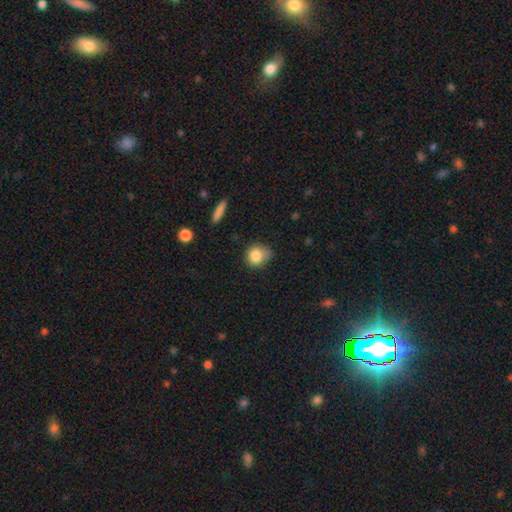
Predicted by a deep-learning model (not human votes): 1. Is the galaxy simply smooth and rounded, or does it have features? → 83% smooth, 9% star or artifact, 8% featured or disk.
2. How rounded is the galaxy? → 75% round, 24% in between, 1% cigar-shaped.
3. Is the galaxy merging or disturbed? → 58% none, 31% minor disturbance, 8% major disturbance, 3% merger.